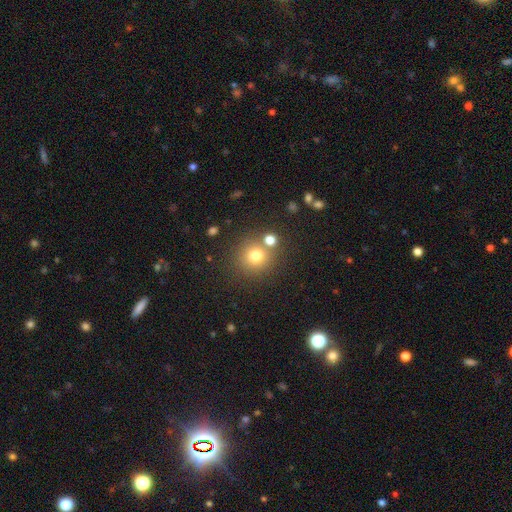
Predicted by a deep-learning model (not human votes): Q: Smooth or featured?
A: smooth (75%); runner-up: star or artifact (16%)
Q: How rounded?
A: round (90%); runner-up: in between (9%)
Q: Merging?
A: none (73%); runner-up: merger (15%)